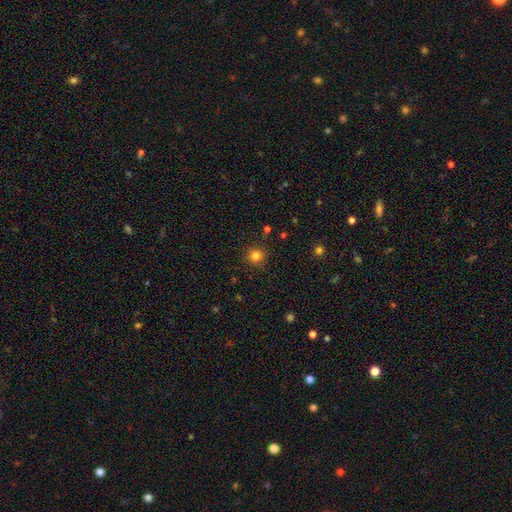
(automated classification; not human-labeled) smooth 81%, star or artifact 14%, featured or disk 5%. Down the decision tree: how rounded — round (91%); merging — none (88%).